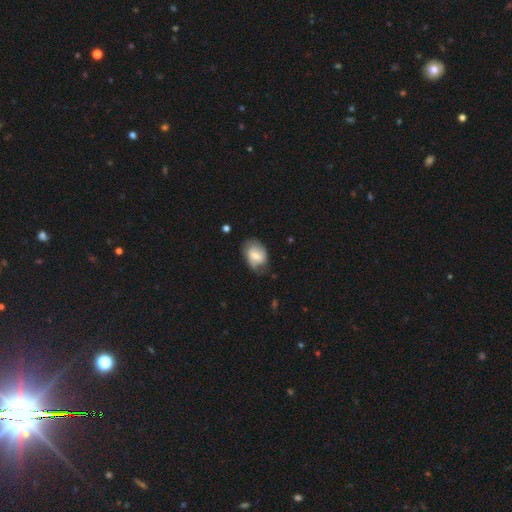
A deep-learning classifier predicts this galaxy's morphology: The model was most divided on "smooth or featured": smooth: 51%, featured or disk: 42%, star or artifact: 7%. More confident: how rounded — in between (74%); merging — none (58%).